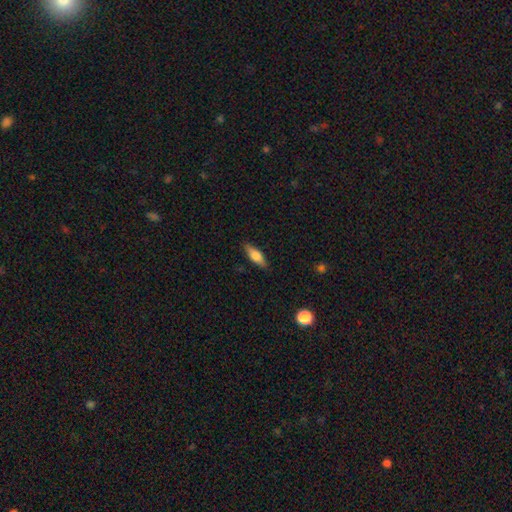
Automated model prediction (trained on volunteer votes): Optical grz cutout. It shows a smooth galaxy with no disk features (66%) that is in between round and cigar-shaped (57%). Merging: none (86%).